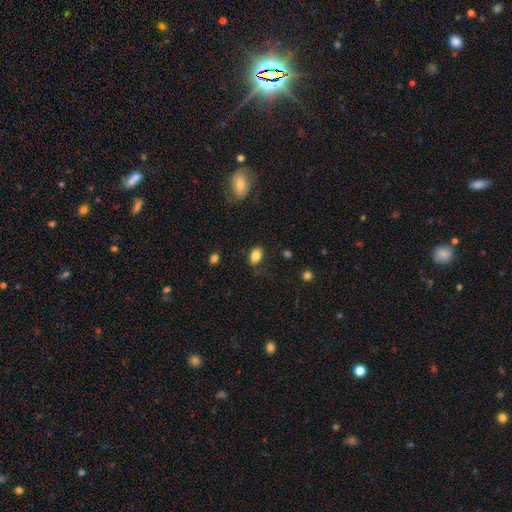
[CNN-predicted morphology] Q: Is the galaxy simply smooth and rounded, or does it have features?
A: smooth — 84%.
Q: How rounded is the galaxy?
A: in between — 87%.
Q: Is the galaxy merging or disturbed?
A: none — 80%.